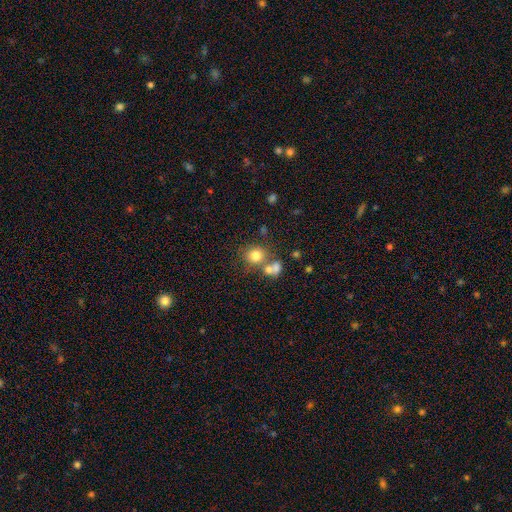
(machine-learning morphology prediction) Q: Smooth or featured?
A: smooth (76%); runner-up: star or artifact (13%)
Q: How rounded?
A: round (79%); runner-up: in between (20%)
Q: Merging?
A: none (55%); runner-up: merger (30%)